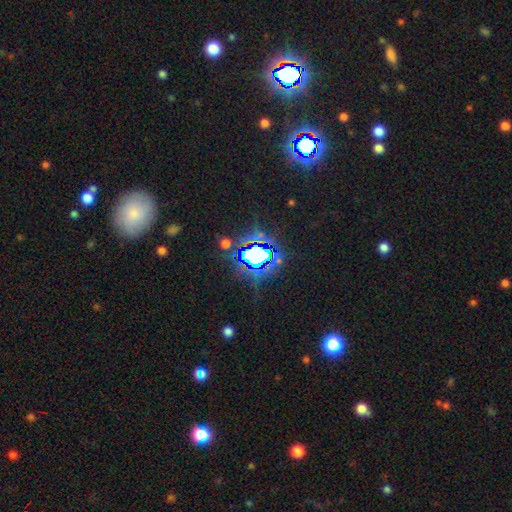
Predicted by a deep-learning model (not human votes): smooth_or_featured: star or artifact (p=0.74) [alt: smooth p=0.14]